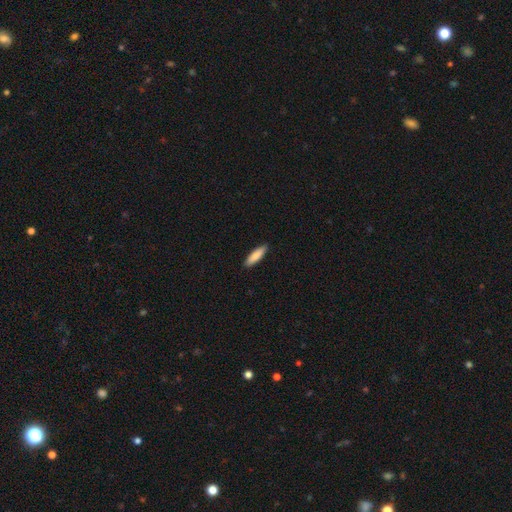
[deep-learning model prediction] smooth-or-featured: smooth: 86% | featured or disk: 9% | star or artifact: 5%
  how-rounded: cigar-shaped: 66% | in between: 32% | round: 1%
  merging: none: 90% | minor disturbance: 7% | major disturbance: 1% | merger: 1%